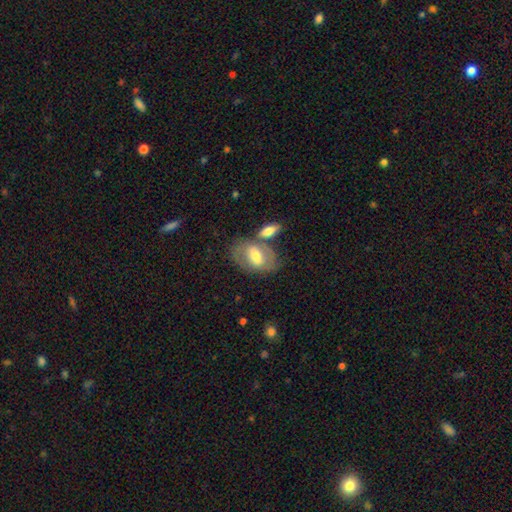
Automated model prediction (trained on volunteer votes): Morphology: type=smooth (51%); roundness=in between (87%); merging=none (53%).